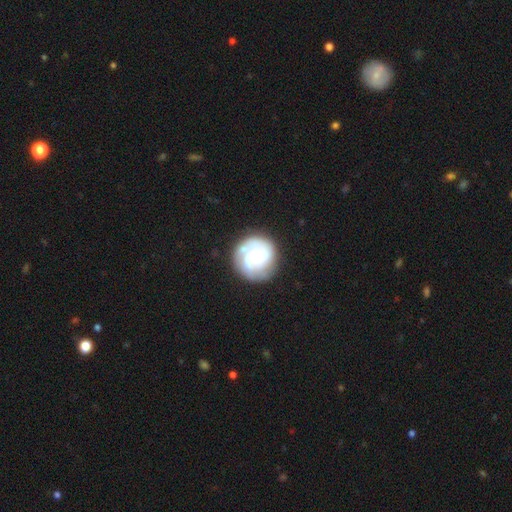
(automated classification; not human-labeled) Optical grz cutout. It shows a featured or disk galaxy (67%) with no bar (60%), 2 (45%) tight (45%) spiral arms (88%) and a small central bulge (52%). Merging: none (72%).